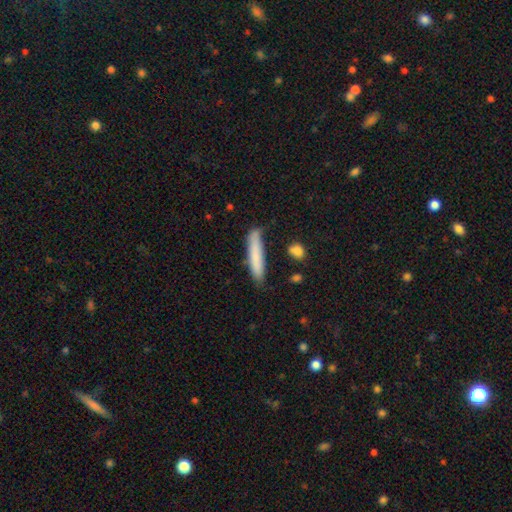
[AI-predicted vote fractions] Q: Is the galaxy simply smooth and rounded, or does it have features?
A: smooth — 79%.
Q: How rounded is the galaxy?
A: cigar-shaped — 90%.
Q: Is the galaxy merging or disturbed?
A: none — 79%.